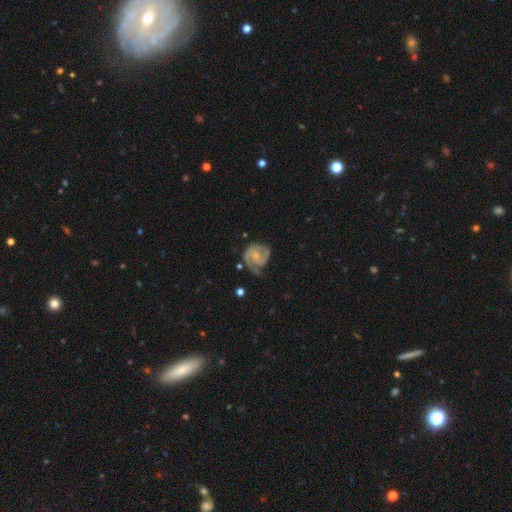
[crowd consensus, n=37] A featured or disk galaxy (73%) with no bar (70%), 2 (56%) tight (67%) spiral arms (100%) and a moderate central bulge (37%, tied with small).

Vote fractions:
- Smooth or featured? featured or disk: 73% / smooth: 22% / star or artifact: 5%
- Edge-on disk? no: 100% / yes: 0%
- Bar? no: 70% / weak: 19% / strong: 11%
- Spiral arms? yes: 100% / no: 0%
- Spiral winding? tight: 67% / medium: 26% / loose: 7%
- Spiral arm count? 2: 56% / 1: 37% / can't tell: 7% / 3: 0% / 4: 0% / more than 4: 0%
- Bulge size? moderate: 37% (tied) / small: 37% (tied) / none: 22% / large: 4% / dominant: 0%
- Merging? none: 66% / minor disturbance: 17% / major disturbance: 17% / merger: 0%